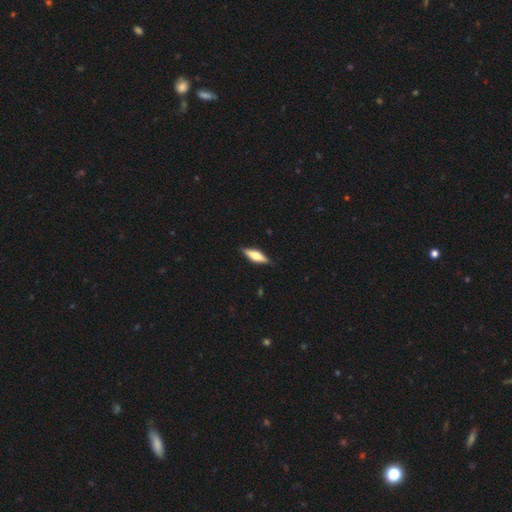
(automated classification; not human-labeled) smooth 49%, featured or disk 45%, star or artifact 6%. Down the decision tree: merging — none (87%).